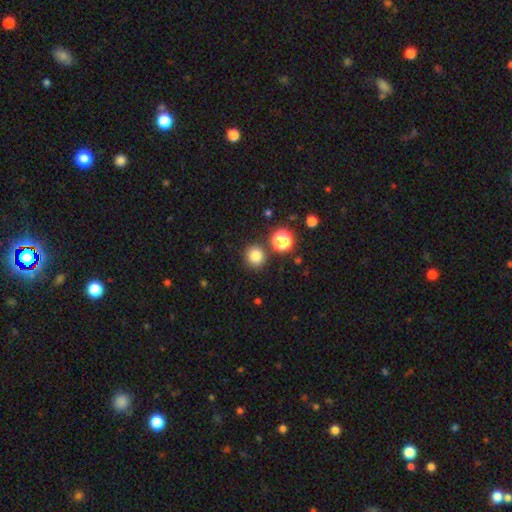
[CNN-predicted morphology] smooth 82%, star or artifact 13%, featured or disk 5%. Down the decision tree: how rounded — round (89%); merging — none (83%).